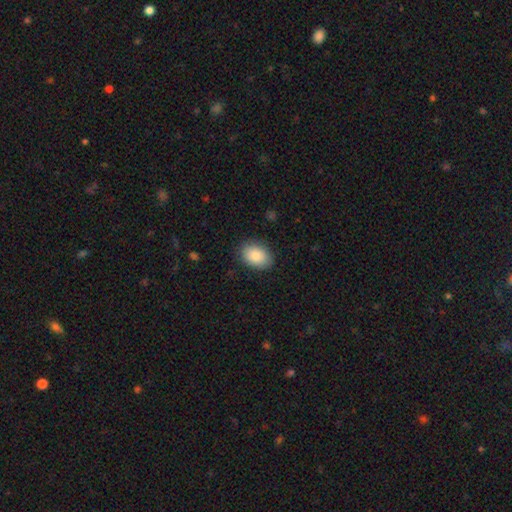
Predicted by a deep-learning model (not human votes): This is clearly a smooth galaxy (87%). How rounded: likely in between (79%). Merging: clearly none (87%).